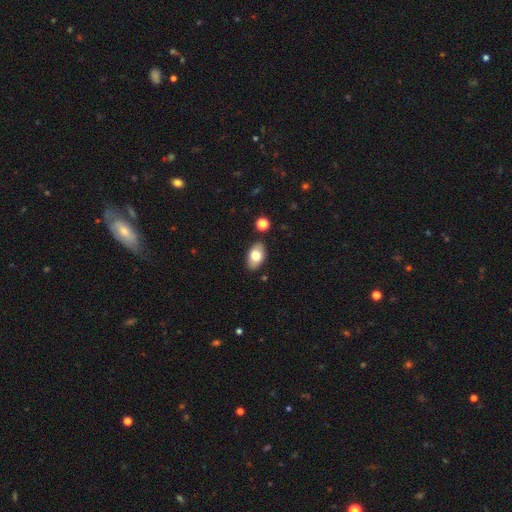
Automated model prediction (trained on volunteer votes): Q: Smooth or featured?
A: smooth (76%); runner-up: featured or disk (17%)
Q: How rounded?
A: in between (91%); runner-up: round (7%)
Q: Merging?
A: none (85%); runner-up: minor disturbance (10%)